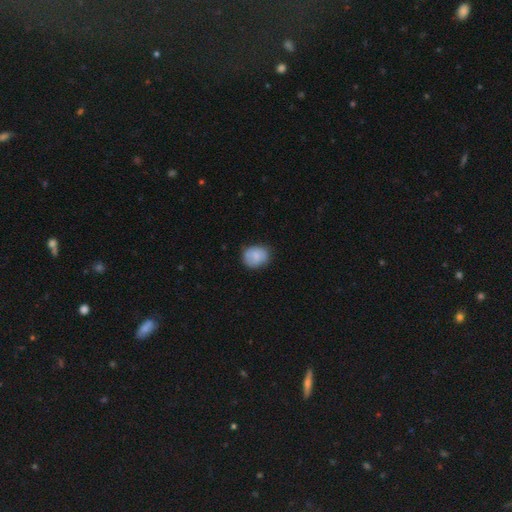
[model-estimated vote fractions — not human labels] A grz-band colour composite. It shows a smooth galaxy with no disk features (80%) that is round (58%). Merging: none (74%).